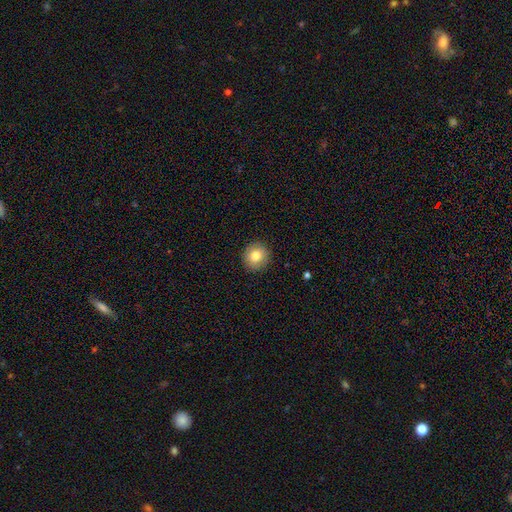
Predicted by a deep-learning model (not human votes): The model was most divided on "smooth or featured": smooth: 82%, featured or disk: 9%, star or artifact: 9%. More confident: merging — none (90%); how rounded — round (87%).